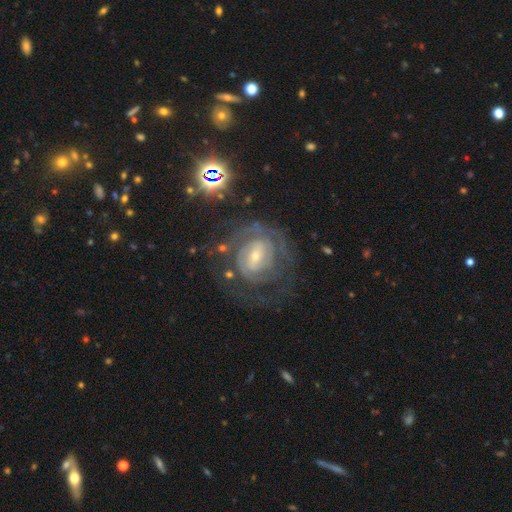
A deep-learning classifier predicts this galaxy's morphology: Smooth or featured: featured or disk — 83% (smooth — 10%)
Edge-on disk: no — 97% (yes — 3%)
Bar: weak — 45% (no — 31%)
Spiral arms: yes — 89% (no — 11%)
Spiral winding: tight — 63% (medium — 28%)
Spiral arm count: can't tell — 37% (2 — 34%)
Bulge size: small — 70% (moderate — 25%)
Merging: none — 59% (major disturbance — 21%)